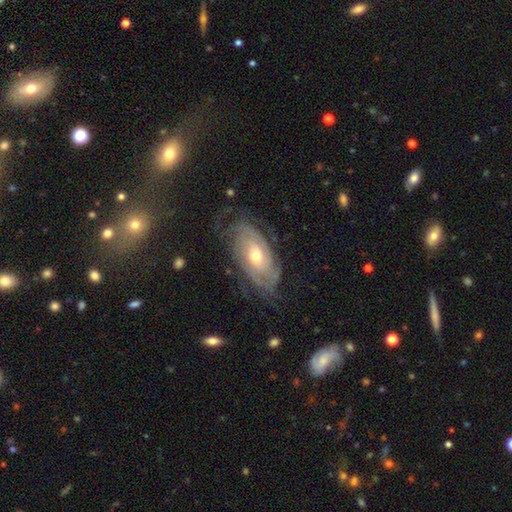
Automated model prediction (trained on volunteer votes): Q: Smooth or featured?
A: featured or disk (81%); runner-up: smooth (13%)
Q: Edge-on disk?
A: no (93%); runner-up: yes (7%)
Q: Bar?
A: no (69%); runner-up: weak (25%)
Q: Spiral arms?
A: yes (92%); runner-up: no (8%)
Q: Spiral winding?
A: tight (63%); runner-up: medium (27%)
Q: Spiral arm count?
A: can't tell (44%); runner-up: 2 (22%)
Q: Bulge size?
A: moderate (60%); runner-up: small (34%)
Q: Merging?
A: none (68%); runner-up: minor disturbance (20%)